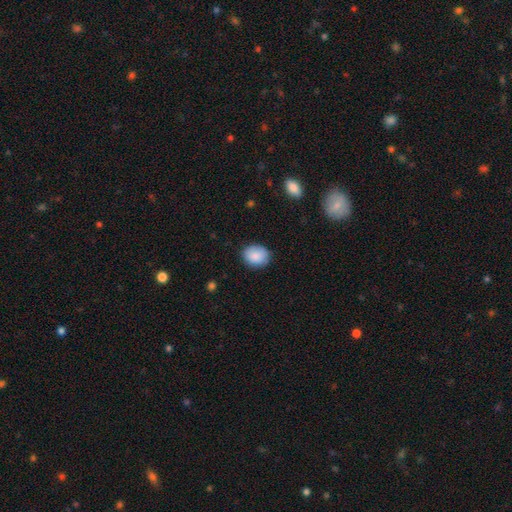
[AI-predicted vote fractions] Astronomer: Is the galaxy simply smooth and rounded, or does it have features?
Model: smooth — 89%.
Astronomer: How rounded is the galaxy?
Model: round — 57% (runner-up: in between, 42%).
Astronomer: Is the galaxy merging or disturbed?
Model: none — 84%.